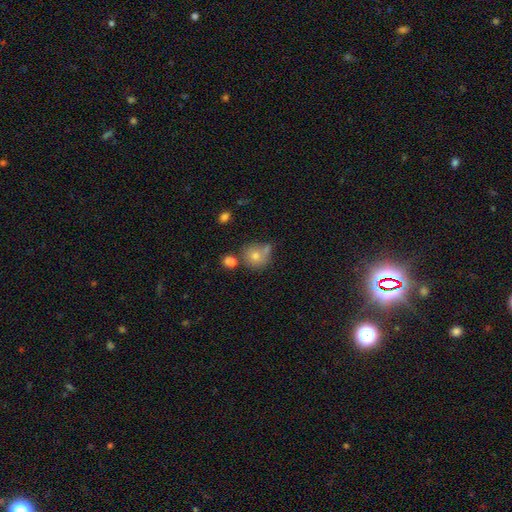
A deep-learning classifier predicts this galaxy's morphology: Overall: smooth (69%). How rounded: round (85%). Merging: none (56%; merger 22%).